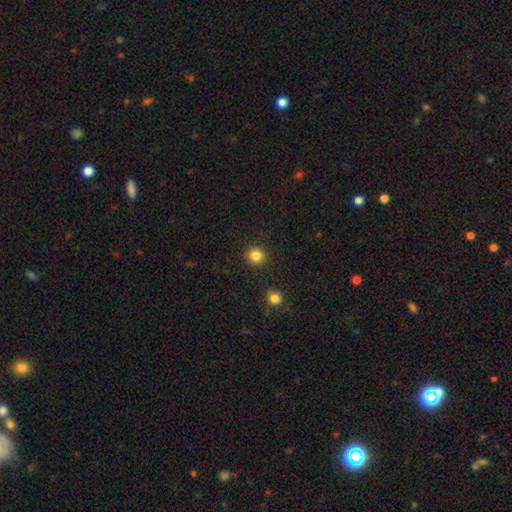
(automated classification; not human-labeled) Morphology: type=smooth (84%); roundness=round (89%); merging=none (91%).